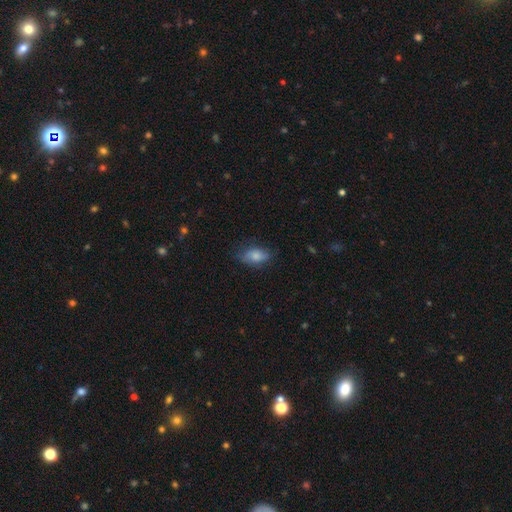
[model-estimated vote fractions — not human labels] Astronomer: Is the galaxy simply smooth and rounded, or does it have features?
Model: smooth — 78%.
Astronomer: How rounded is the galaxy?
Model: in between — 88%.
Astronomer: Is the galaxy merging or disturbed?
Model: none — 69%.